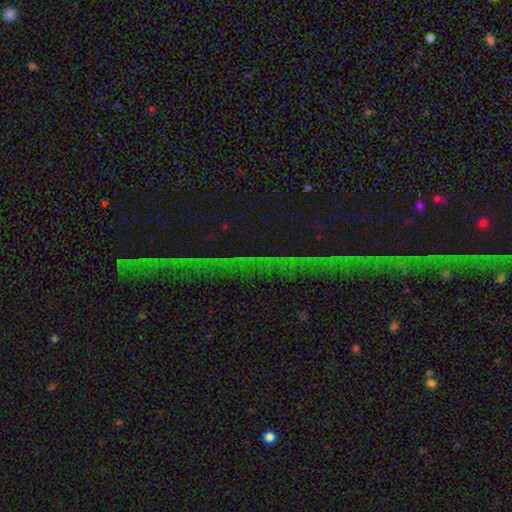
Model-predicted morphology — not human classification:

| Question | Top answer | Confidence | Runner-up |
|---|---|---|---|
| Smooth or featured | star or artifact | 76% | featured or disk (13%) |